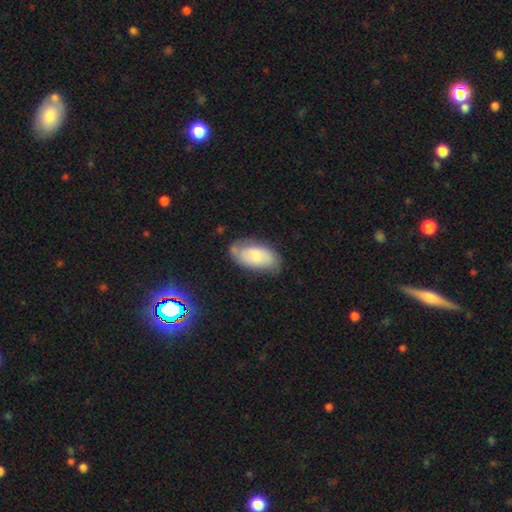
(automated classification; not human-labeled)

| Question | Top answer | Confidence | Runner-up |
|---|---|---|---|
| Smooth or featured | smooth | 60% | featured or disk (33%) |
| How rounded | in between | 94% | cigar-shaped (3%) |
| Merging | none | 65% | minor disturbance (25%) |